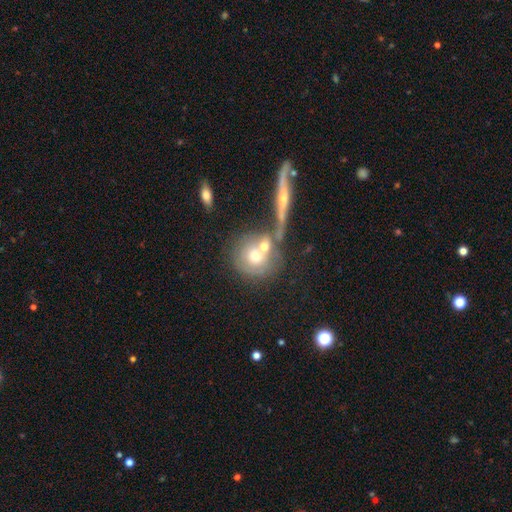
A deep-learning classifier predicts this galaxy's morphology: type=smooth (50%); merging=merger (42%).